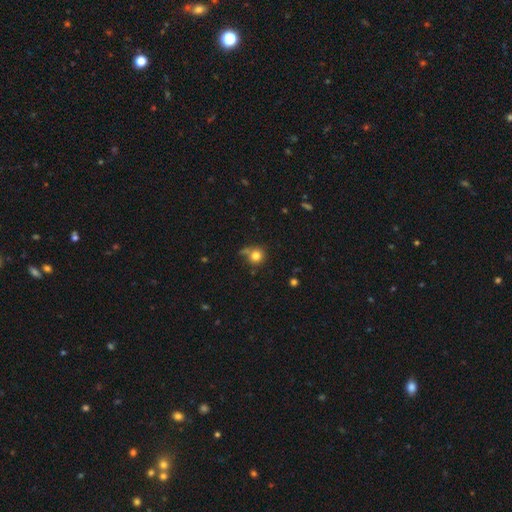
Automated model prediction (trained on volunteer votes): A smooth galaxy with no disk features (80%) that is round (89%). Merging: none (65%).